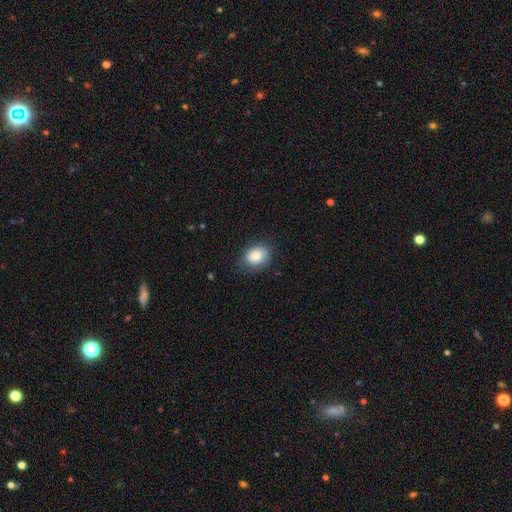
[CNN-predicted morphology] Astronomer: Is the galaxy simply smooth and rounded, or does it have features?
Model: smooth — 83%.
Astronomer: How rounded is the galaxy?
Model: in between — 59% (runner-up: round, 40%).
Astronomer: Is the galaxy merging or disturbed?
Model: none — 76%.